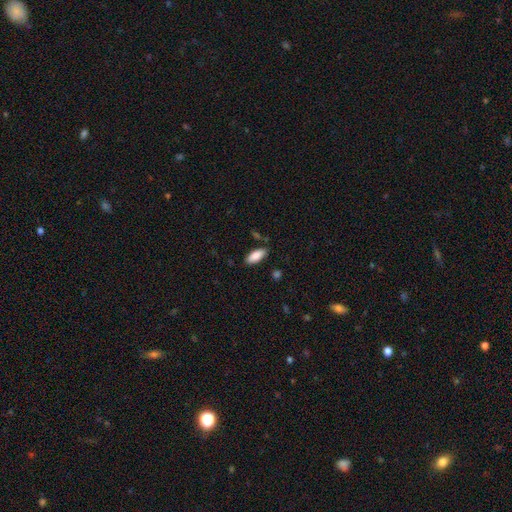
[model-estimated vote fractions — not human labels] Smooth or featured?
  - smooth: 87% *
  - featured or disk: 7%
  - star or artifact: 6%
How rounded?
  - in between: 83% *
  - cigar-shaped: 16%
  - round: 2%
Merging?
  - none: 84% *
  - minor disturbance: 11%
  - major disturbance: 2%
  - merger: 2%